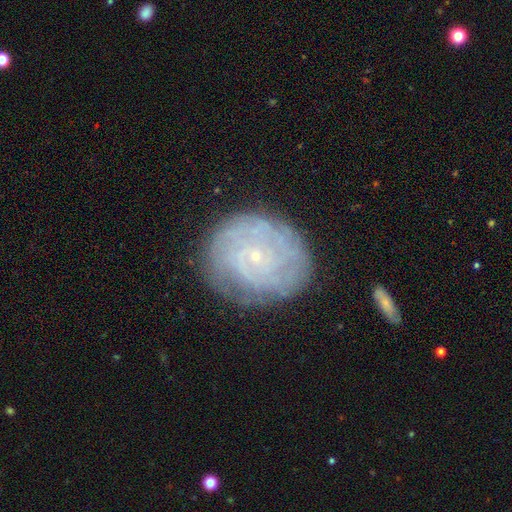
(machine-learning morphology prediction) A featured or disk galaxy (72%) with no bar (81%), tight (79%) spiral arms (85%) and a small central bulge (90%). Merging: none (78%).